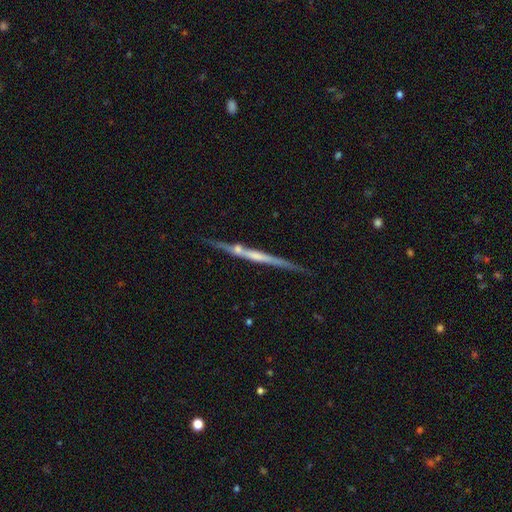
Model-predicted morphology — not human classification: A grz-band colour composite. It shows a featured or disk galaxy (73%) viewed edge-on (97%) with no central bulge (48%). Merging: none (85%).